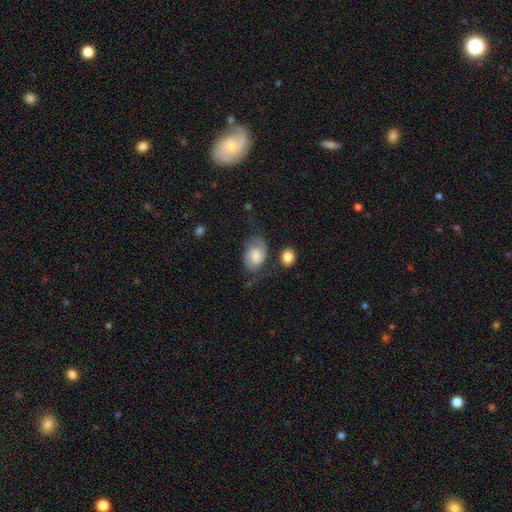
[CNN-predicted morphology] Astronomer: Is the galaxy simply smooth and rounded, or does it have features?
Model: featured or disk — 58% (runner-up: smooth, 34%).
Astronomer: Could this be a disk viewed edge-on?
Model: no — 97%.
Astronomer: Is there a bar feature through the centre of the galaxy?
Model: no — 53% (runner-up: weak, 39%).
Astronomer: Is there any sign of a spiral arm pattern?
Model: yes — 90%.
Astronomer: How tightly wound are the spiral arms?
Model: medium — 46% (runner-up: tight, 31%).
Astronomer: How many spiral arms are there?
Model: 2 — 83%.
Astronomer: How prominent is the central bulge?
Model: moderate — 35% (runner-up: small, 33%).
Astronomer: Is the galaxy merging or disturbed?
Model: none — 55%.